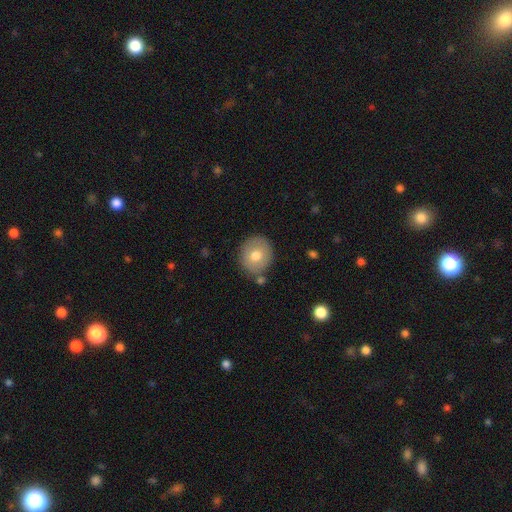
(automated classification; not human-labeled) This appears to be a smooth galaxy with no disk features (72%) that is round (81%). Merging: none (79%).